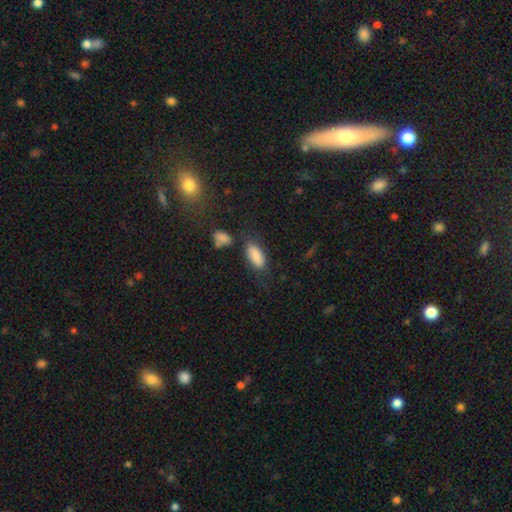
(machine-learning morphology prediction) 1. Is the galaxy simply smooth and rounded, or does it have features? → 85% smooth, 8% featured or disk, 7% star or artifact.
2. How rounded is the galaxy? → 87% in between, 11% cigar-shaped, 2% round.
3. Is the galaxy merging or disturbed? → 62% none, 21% minor disturbance, 10% merger, 8% major disturbance.